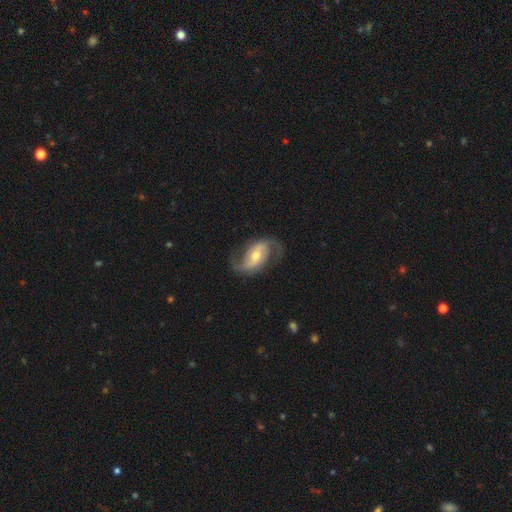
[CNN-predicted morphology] smooth-or-featured: featured or disk: 88% | smooth: 8% | star or artifact: 5%
  disk-edge-on: no: 97% | yes: 3%
    bar: weak: 42% | no: 29% | strong: 29%
    has-spiral-arms: yes: 96% | no: 4%
      spiral-winding: loose: 47% | medium: 42% | tight: 12%
      spiral-arm-count: 2: 92% | can't tell: 3% | 1: 2% | 3: 1% | 4: 1% | more than 4: 1%
    bulge-size: moderate: 59% | small: 35% | large: 4% | none: 1% | dominant: 1%
  merging: none: 77% | minor disturbance: 13% | major disturbance: 8% | merger: 1%